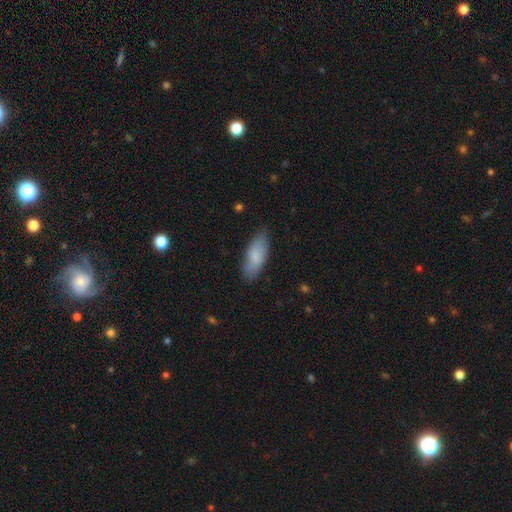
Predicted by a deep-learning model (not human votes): smooth_or_featured: smooth (p=0.81) [alt: featured or disk p=0.13]
how_rounded: in between (p=0.76) [alt: cigar-shaped p=0.22]
merging: none (p=0.79) [alt: minor disturbance p=0.17]